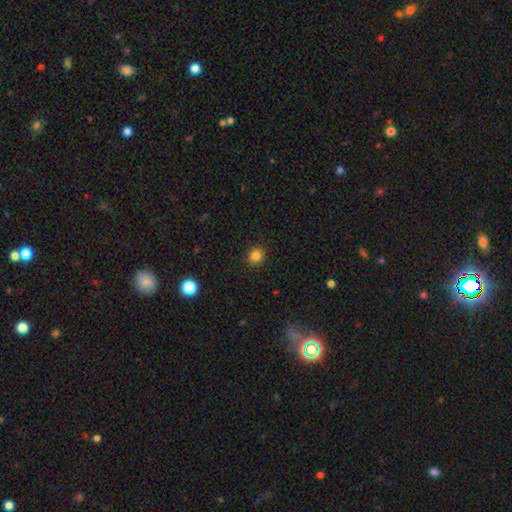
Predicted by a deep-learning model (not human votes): Smooth or featured? Predicted: smooth (p=0.83). How rounded? Predicted: round (p=0.83). Merging? Predicted: none (p=0.90).